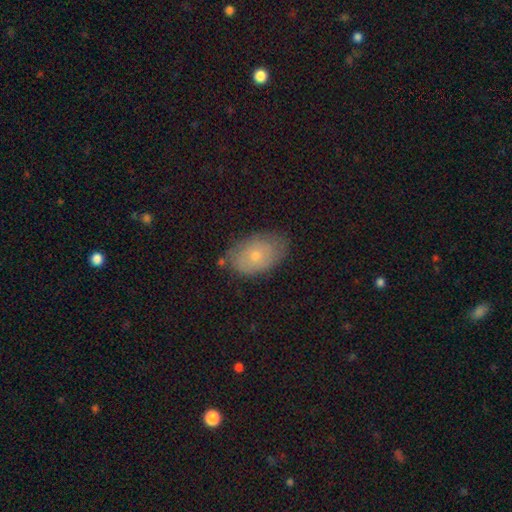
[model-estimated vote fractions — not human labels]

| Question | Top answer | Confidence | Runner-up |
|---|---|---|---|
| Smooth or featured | smooth | 60% | featured or disk (32%) |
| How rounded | in between | 88% | round (11%) |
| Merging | none | 70% | minor disturbance (23%) |